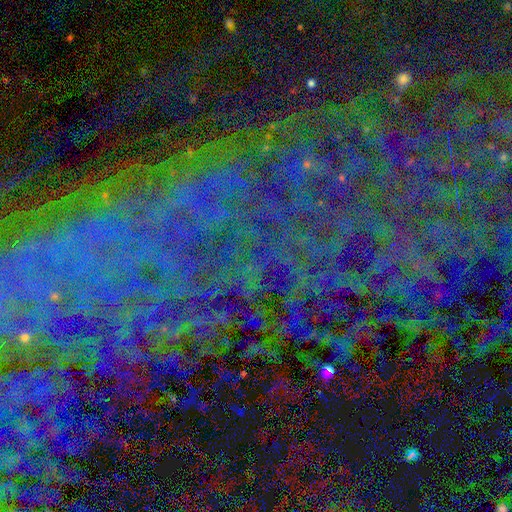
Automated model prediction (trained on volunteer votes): Q: Smooth or featured?
A: star or artifact (80%); runner-up: featured or disk (11%)